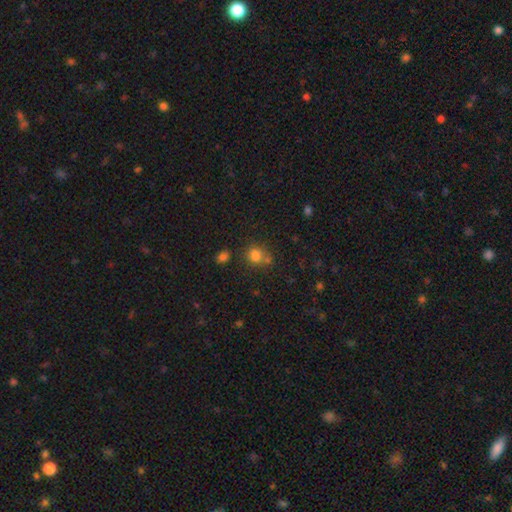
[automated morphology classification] The model was most divided on "merging": none: 51%, merger: 25%, minor disturbance: 16%, major disturbance: 7%. More confident: smooth or featured — smooth (74%); how rounded — round (68%).